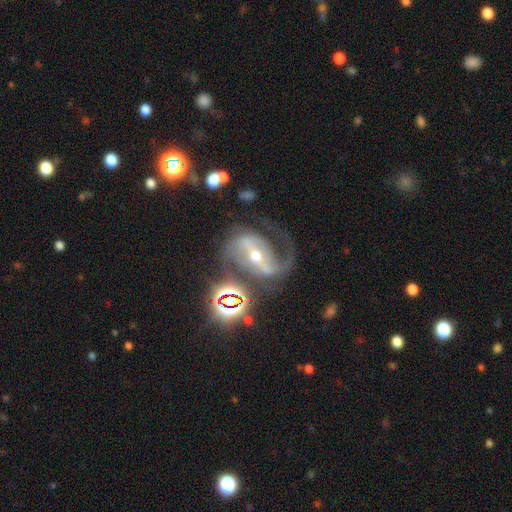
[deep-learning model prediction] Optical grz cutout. It shows a featured or disk galaxy (85%) with a strong bar (67%), 2 (82%) medium (52%) spiral arms (96%) and a moderate central bulge (59%). Merging: none (59%).